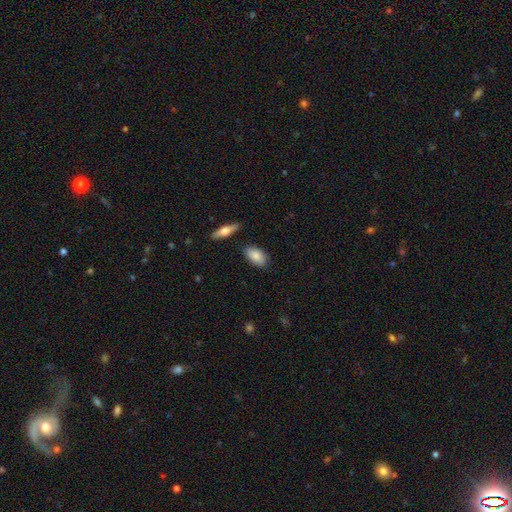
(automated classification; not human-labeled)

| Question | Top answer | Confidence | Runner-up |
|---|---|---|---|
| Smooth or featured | smooth | 84% | featured or disk (10%) |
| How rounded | in between | 91% | cigar-shaped (5%) |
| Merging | none | 82% | minor disturbance (12%) |